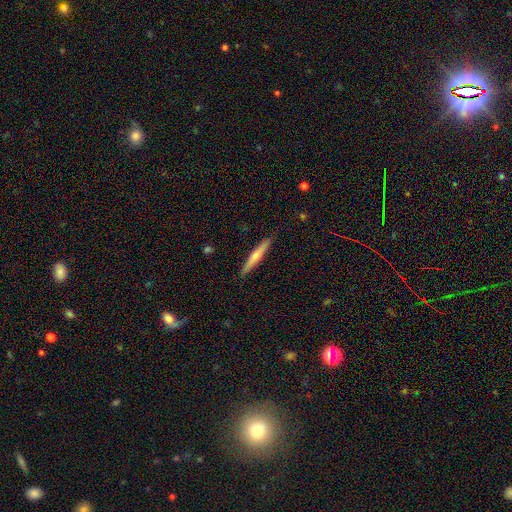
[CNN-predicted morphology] A featured or disk galaxy (51%) viewed edge-on (96%).

Vote fractions:
- Smooth or featured? featured or disk: 51% / smooth: 44% / star or artifact: 6%
- Edge-on disk? yes: 96% / no: 4%
- Merging? none: 90% / minor disturbance: 7% / major disturbance: 1% / merger: 1%